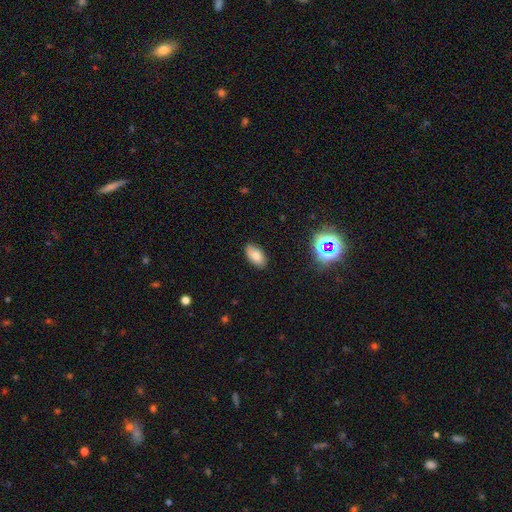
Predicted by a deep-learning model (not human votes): smooth 77%, featured or disk 13%, star or artifact 11%. Down the decision tree: how rounded — in between (93%); merging — none (85%).